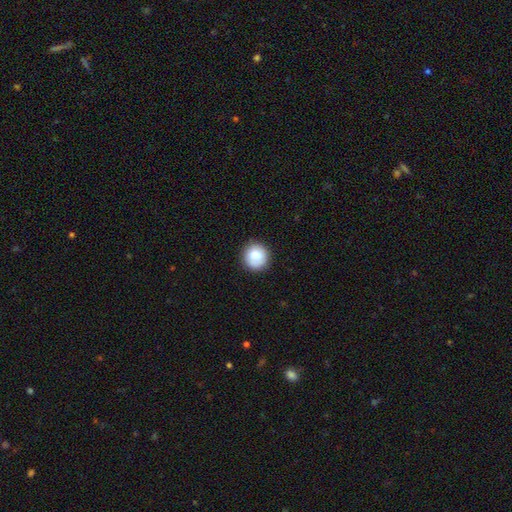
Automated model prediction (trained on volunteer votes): A smooth galaxy with no disk features (82%) that is round (92%).

Vote fractions:
- Smooth or featured? smooth: 82% / featured or disk: 11% / star or artifact: 8%
- How rounded? round: 92% / in between: 7% / cigar-shaped: 1%
- Merging? none: 84% / minor disturbance: 12% / major disturbance: 3% / merger: 1%